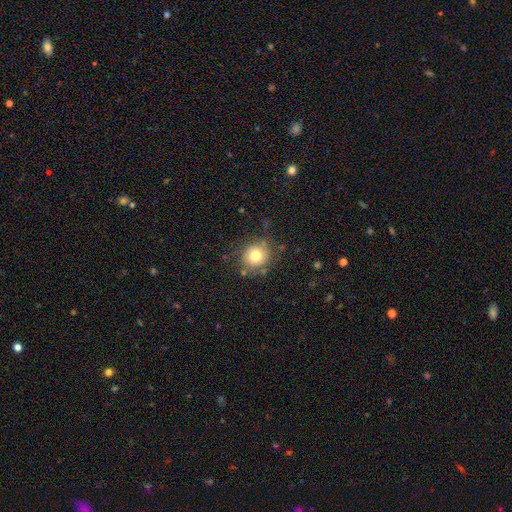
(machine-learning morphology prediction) smooth 76%, featured or disk 13%, star or artifact 11%. Down the decision tree: how rounded — round (85%); merging — none (79%).